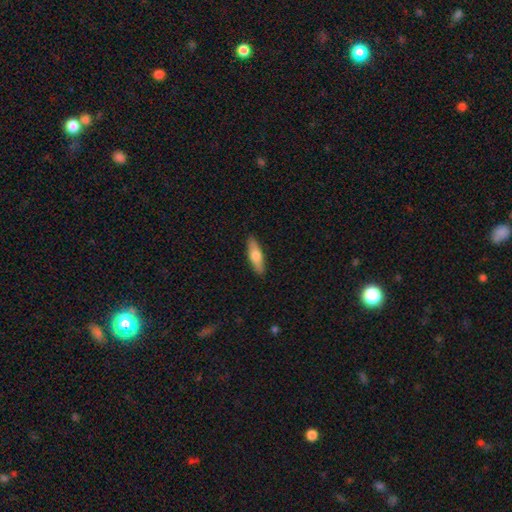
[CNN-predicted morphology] The model was most divided on "how rounded": cigar-shaped: 58%, in between: 40%, round: 2%. More confident: merging — none (89%); smooth or featured — smooth (66%).